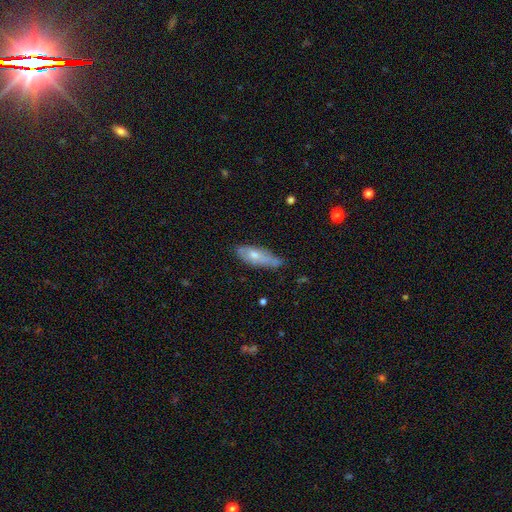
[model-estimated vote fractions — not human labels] The model was most divided on "merging": none: 51%, minor disturbance: 36%, major disturbance: 8%, merger: 4%. More confident: how rounded — in between (58%); smooth or featured — smooth (58%).